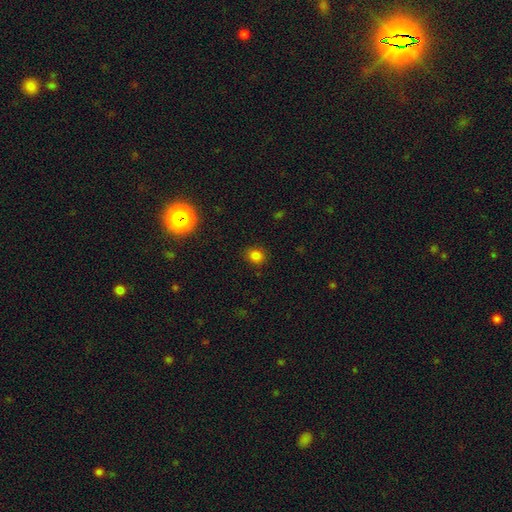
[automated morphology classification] Q: Smooth or featured?
A: smooth (79%); runner-up: star or artifact (16%)
Q: How rounded?
A: round (69%); runner-up: in between (30%)
Q: Merging?
A: none (87%); runner-up: minor disturbance (9%)